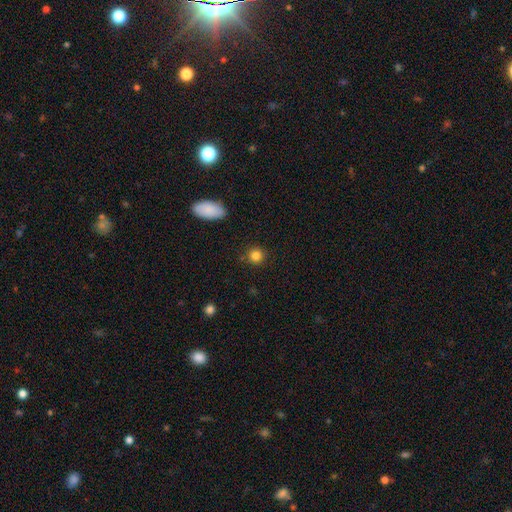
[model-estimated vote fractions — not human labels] Overall: smooth (84%). How rounded: round (91%). Merging: none (89%).